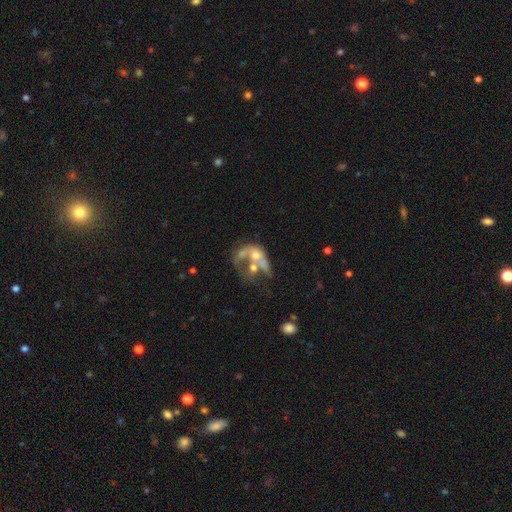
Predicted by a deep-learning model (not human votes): Smooth or featured? featured or disk (61%)
Edge-on disk? no (97%)
Bar? no (85%)
Spiral arms? no (76%)
Bulge size? moderate (43%)
Merging? merger (54%)